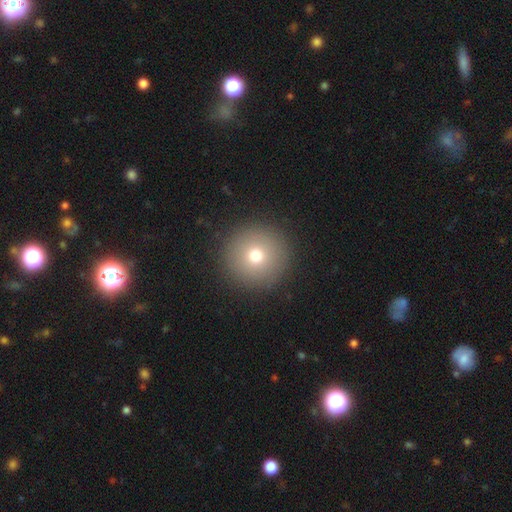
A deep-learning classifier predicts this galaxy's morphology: A smooth galaxy with no disk features (74%) that is round (97%).

Vote fractions:
- Smooth or featured? smooth: 74% / star or artifact: 14% / featured or disk: 12%
- How rounded? round: 97% / in between: 2% / cigar-shaped: 1%
- Merging? none: 92% / minor disturbance: 4% / major disturbance: 2% / merger: 1%